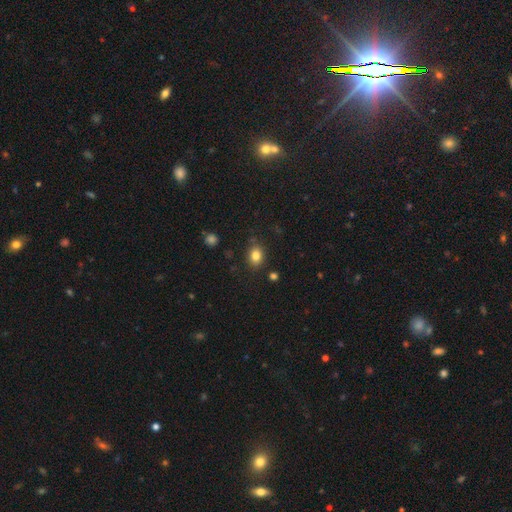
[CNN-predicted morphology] smooth 82%, star or artifact 11%, featured or disk 7%. Down the decision tree: how rounded — in between (58%); merging — none (83%).